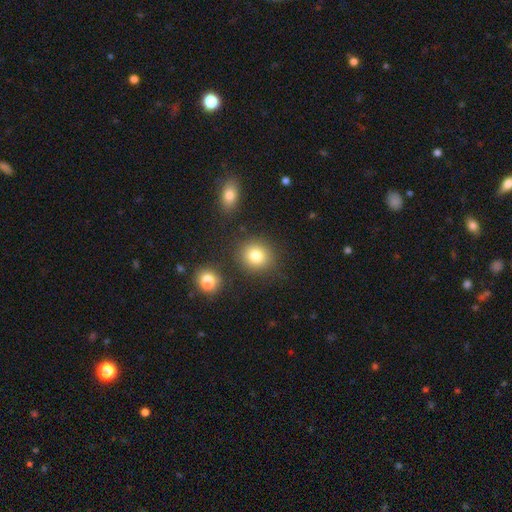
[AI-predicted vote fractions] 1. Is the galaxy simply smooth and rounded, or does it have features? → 81% smooth, 11% star or artifact, 7% featured or disk.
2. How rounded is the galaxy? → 84% round, 15% in between, 1% cigar-shaped.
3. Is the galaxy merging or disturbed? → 82% none, 9% minor disturbance, 6% merger, 3% major disturbance.